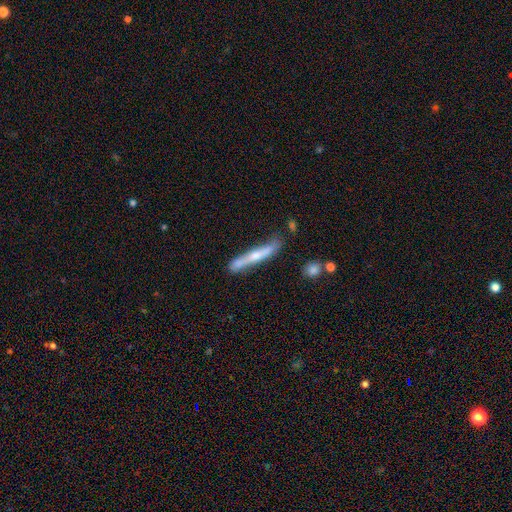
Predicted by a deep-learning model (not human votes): The model was most divided on "smooth or featured": featured or disk: 51%, smooth: 44%, star or artifact: 6%. More confident: edge-on disk — yes (86%); merging — none (68%).